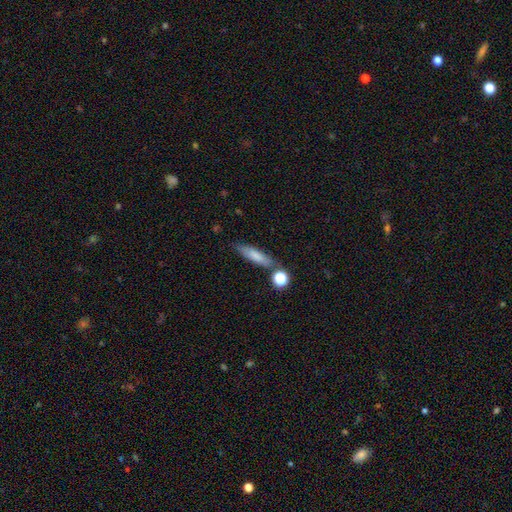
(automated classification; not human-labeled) Smooth or featured? Predicted: smooth (p=0.74). How rounded? Predicted: cigar-shaped (p=0.68). Merging? Predicted: none (p=0.71).